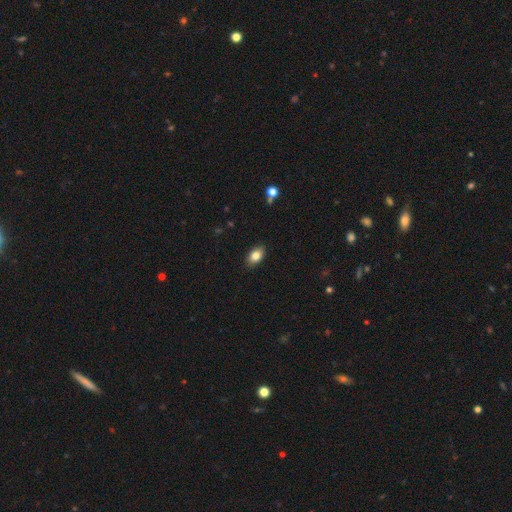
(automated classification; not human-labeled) A smooth galaxy with no disk features (83%) that is in between round and cigar-shaped (87%). Merging: none (87%).